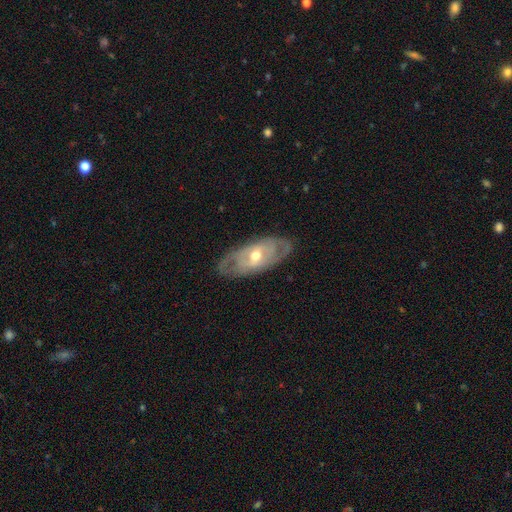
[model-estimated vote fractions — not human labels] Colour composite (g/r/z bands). It shows a featured or disk galaxy (72%) with no bar (46%), spiral arms (65%) and a moderate central bulge (66%). Merging: none (78%).